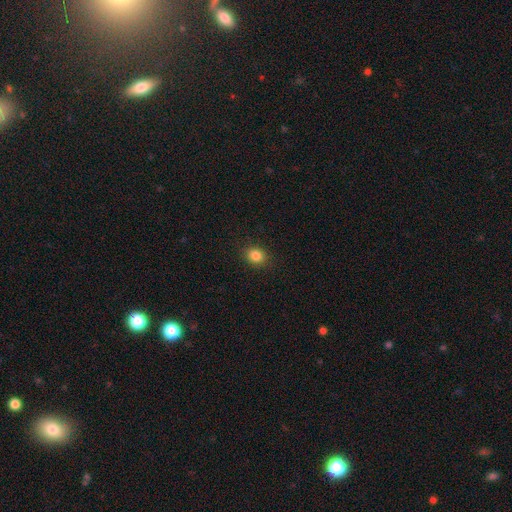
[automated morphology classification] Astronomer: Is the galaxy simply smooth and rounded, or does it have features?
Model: smooth — 85%.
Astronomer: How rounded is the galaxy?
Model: round — 60% (runner-up: in between, 39%).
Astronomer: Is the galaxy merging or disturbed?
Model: none — 89%.